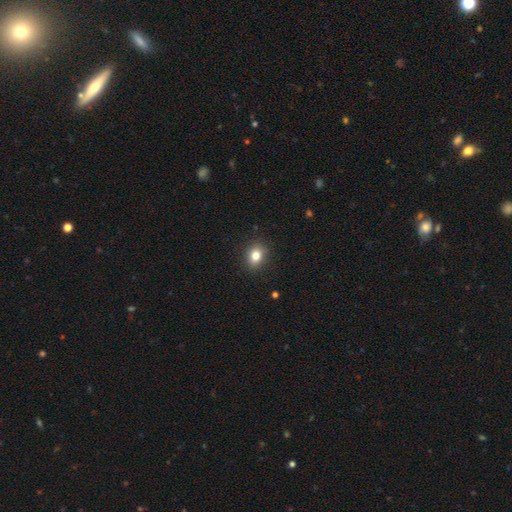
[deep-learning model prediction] smooth-or-featured: smooth: 82% | star or artifact: 11% | featured or disk: 7%
  how-rounded: in between: 51% | round: 48% | cigar-shaped: 1%
  merging: none: 89% | minor disturbance: 8% | major disturbance: 2% | merger: 1%